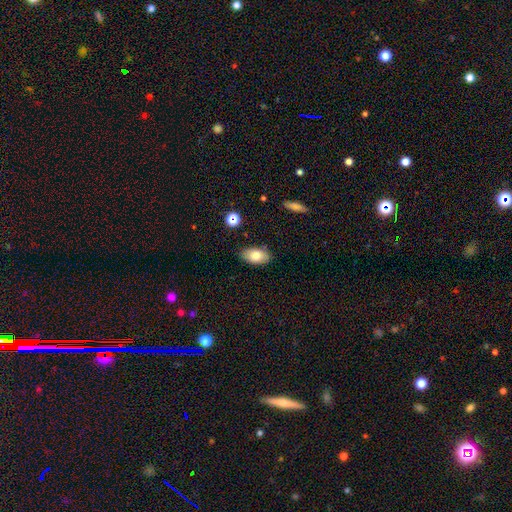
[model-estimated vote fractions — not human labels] smooth 80%, featured or disk 12%, star or artifact 8%. Down the decision tree: how rounded — in between (93%); merging — none (84%).